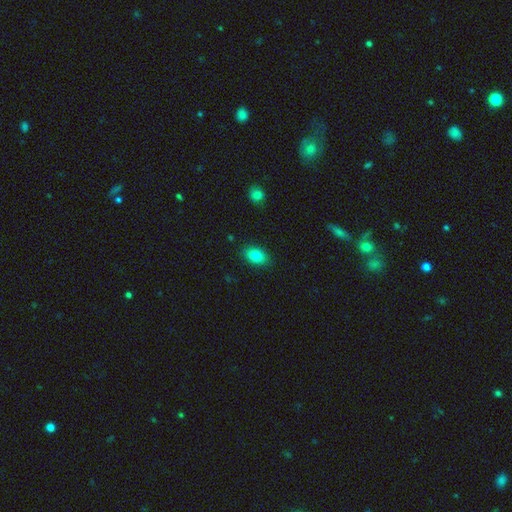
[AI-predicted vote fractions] Smooth or featured? Predicted: smooth (p=0.82). How rounded? Predicted: in between (p=0.86). Merging? Predicted: none (p=0.88).